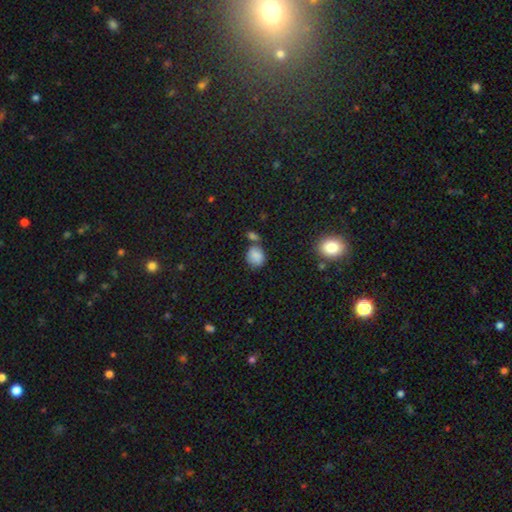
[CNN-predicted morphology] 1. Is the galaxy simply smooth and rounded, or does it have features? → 84% smooth, 10% star or artifact, 6% featured or disk.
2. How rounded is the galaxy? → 69% round, 29% in between, 1% cigar-shaped.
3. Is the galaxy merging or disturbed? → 56% none, 23% merger, 16% minor disturbance, 5% major disturbance.